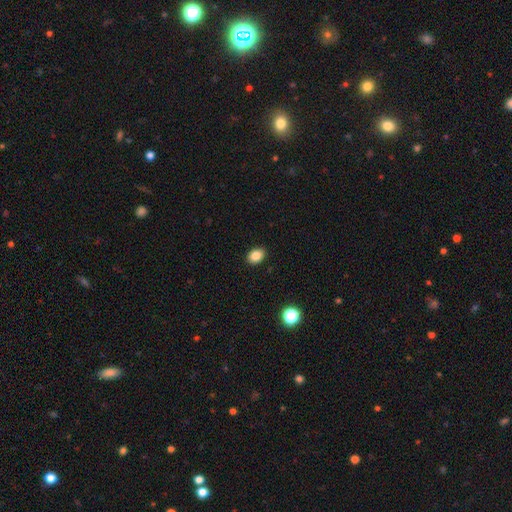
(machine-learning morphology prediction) type=smooth (86%); roundness=in between (74%); merging=none (90%).